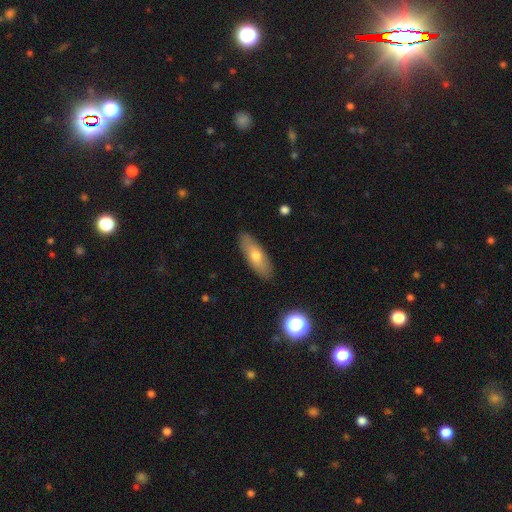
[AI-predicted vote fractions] Morphology: type=smooth (64%); roundness=in between (53%); merging=none (87%).